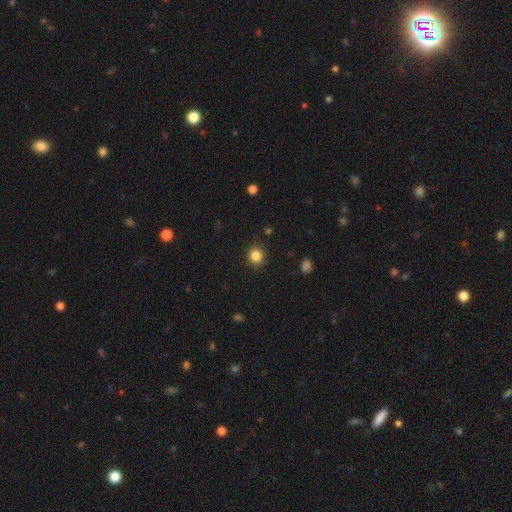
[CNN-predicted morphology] A smooth galaxy with no disk features (84%) that is round (91%). Merging: none (90%).